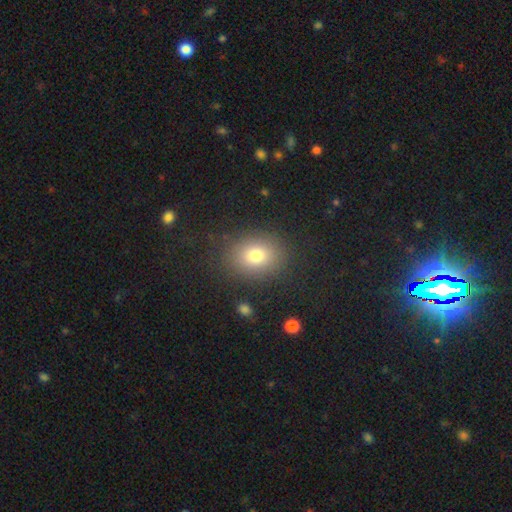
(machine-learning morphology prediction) The model was most divided on "how rounded": in between: 53%, round: 46%, cigar-shaped: 1%. More confident: merging — none (85%); smooth or featured — smooth (79%).